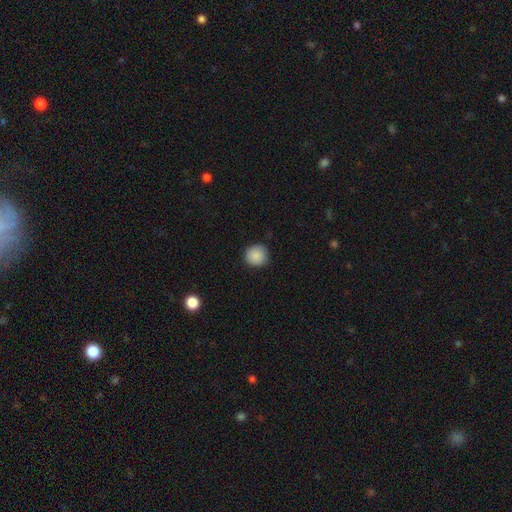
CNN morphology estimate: smooth_or_featured: smooth (p=0.88) [alt: star or artifact p=0.08]
how_rounded: round (p=0.93) [alt: in between p=0.06]
merging: none (p=0.88) [alt: minor disturbance p=0.09]